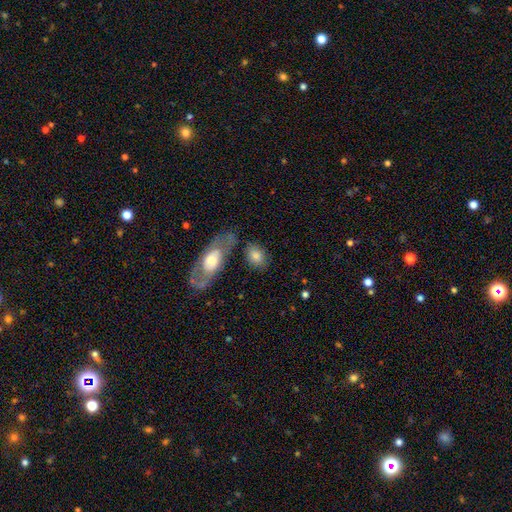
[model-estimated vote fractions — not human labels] Smooth or featured? Predicted: smooth (p=0.76). How rounded? Predicted: in between (p=0.74). Merging? Predicted: none (p=0.61).